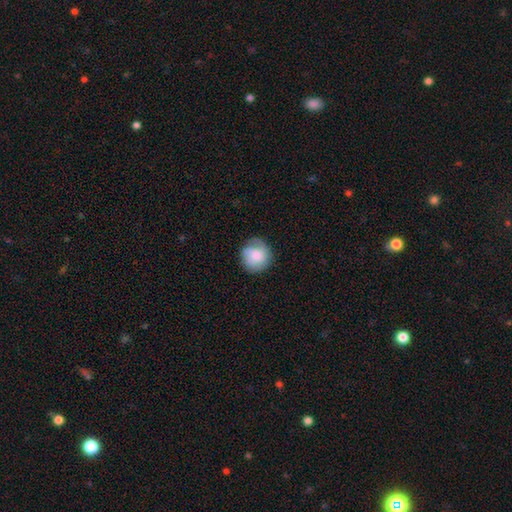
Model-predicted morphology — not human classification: Smooth or featured: smooth — 74% (featured or disk — 19%)
How rounded: round — 90% (in between — 9%)
Merging: none — 74% (minor disturbance — 20%)